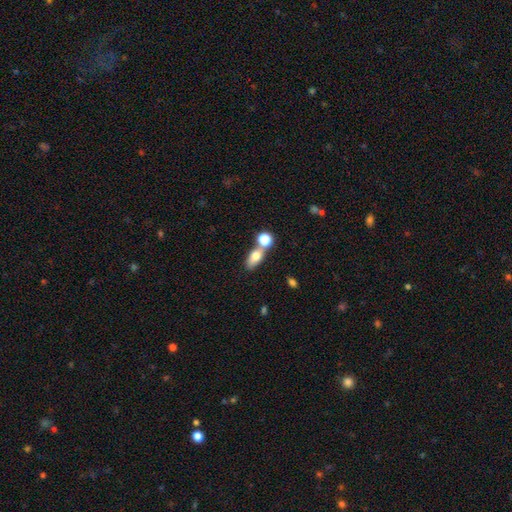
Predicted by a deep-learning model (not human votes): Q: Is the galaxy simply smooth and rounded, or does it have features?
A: smooth — 74%.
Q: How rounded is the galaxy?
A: in between — 76%.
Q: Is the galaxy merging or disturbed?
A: none — 46%.